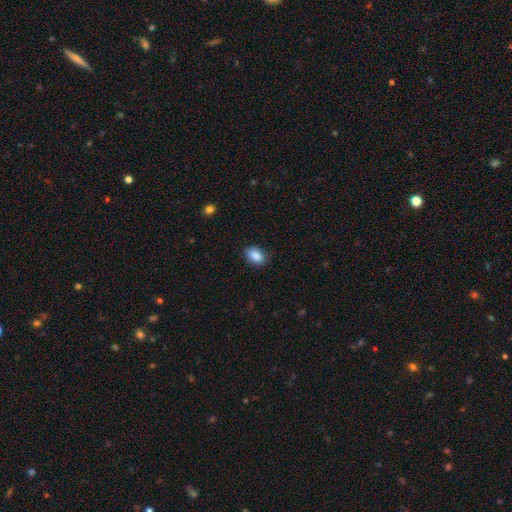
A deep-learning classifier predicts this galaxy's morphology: This appears to be a smooth galaxy with no disk features (88%) that is in between round and cigar-shaped (86%). Merging: none (85%).